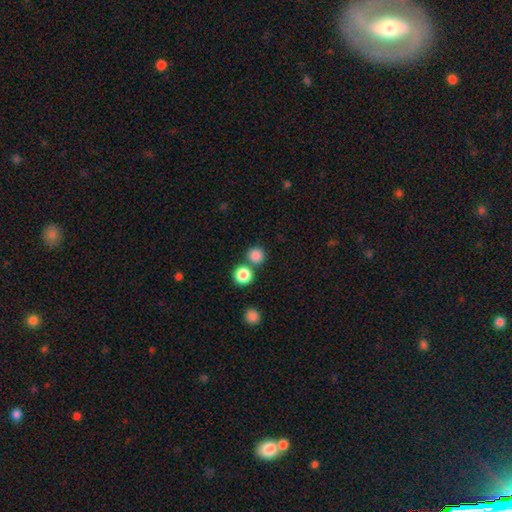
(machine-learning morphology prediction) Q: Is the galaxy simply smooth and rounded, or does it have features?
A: smooth — 84%.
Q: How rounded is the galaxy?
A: round — 93%.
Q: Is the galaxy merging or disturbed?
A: none — 73%.